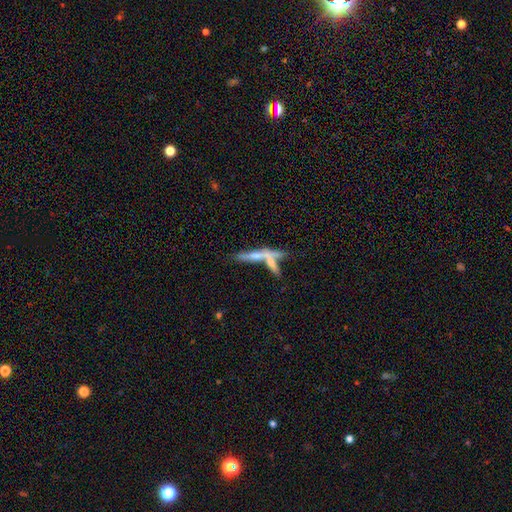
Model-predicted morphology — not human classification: The model was most divided on "smooth or featured" (2-way tie): smooth: 45%, featured or disk: 45%, star or artifact: 9%. Remaining: merging — merger (45%).